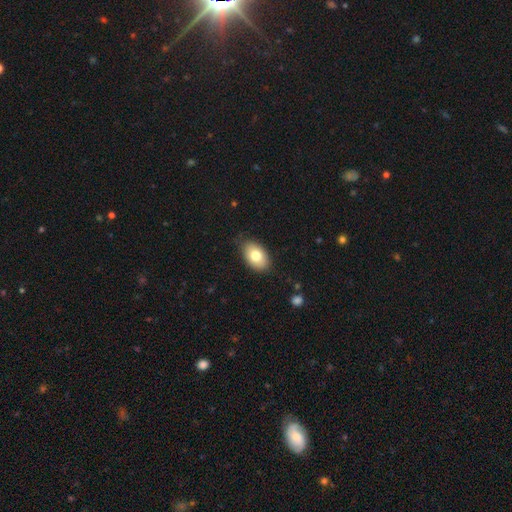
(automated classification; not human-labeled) smooth 77%, featured or disk 16%, star or artifact 7%. Down the decision tree: how rounded — in between (89%); merging — none (82%).